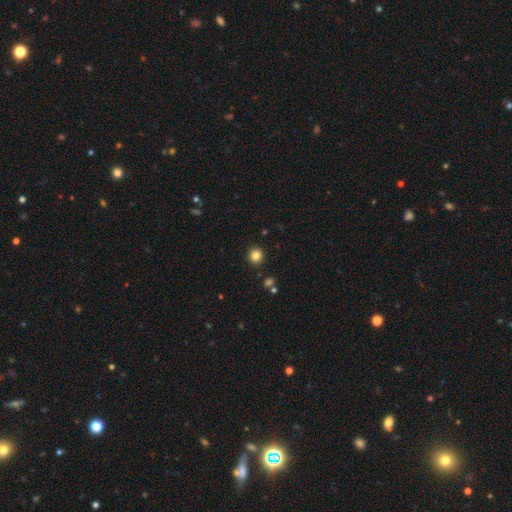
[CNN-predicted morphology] Overall: smooth (84%). How rounded: round (90%). Merging: none (91%).